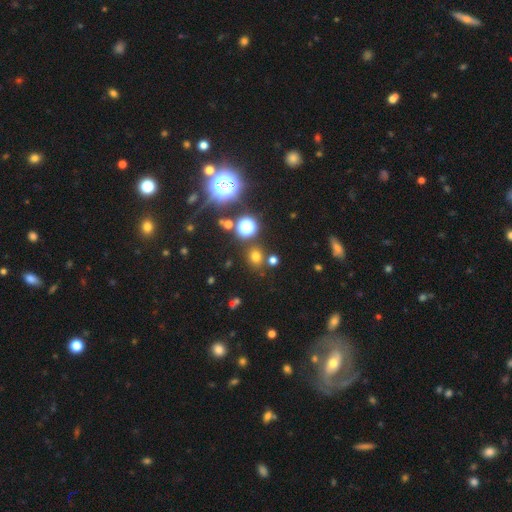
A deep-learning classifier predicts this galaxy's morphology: type=smooth (63%); roundness=round (77%); merging=none (81%).